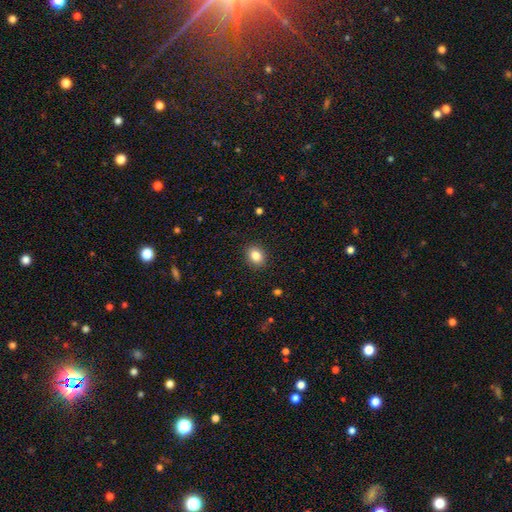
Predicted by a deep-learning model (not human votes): Morphology: type=smooth (84%); roundness=round (53%); merging=none (90%).